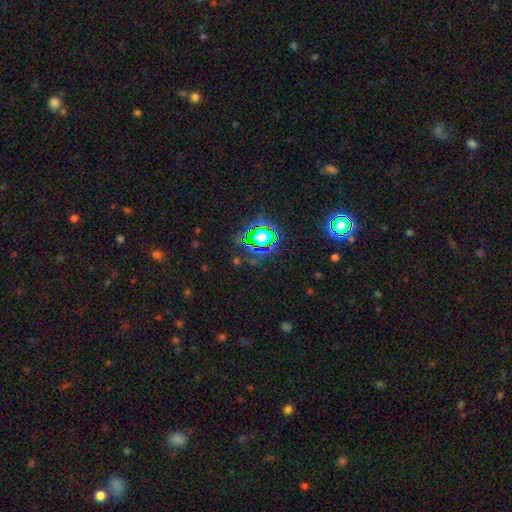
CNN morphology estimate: type=star or artifact (77%).